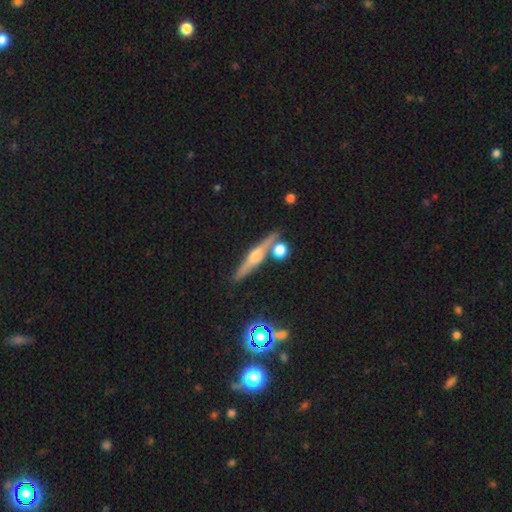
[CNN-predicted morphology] Smooth or featured? Predicted: featured or disk (p=0.70). Edge-on disk? Predicted: yes (p=0.96). Edge-on bulge? Predicted: rounded (p=0.91). Merging? Predicted: none (p=0.81).